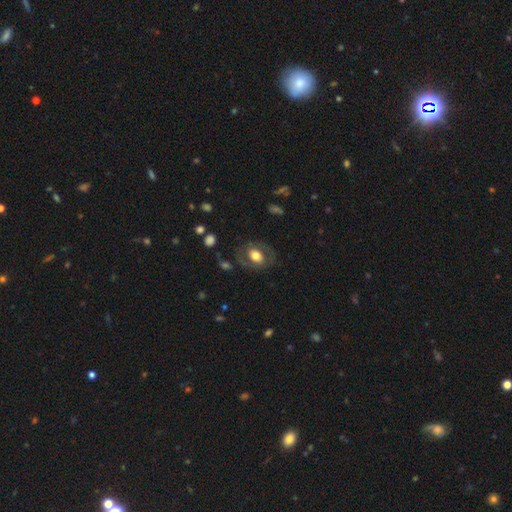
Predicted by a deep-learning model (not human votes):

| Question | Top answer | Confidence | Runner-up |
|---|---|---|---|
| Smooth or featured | smooth | 53% | featured or disk (40%) |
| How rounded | in between | 66% | round (33%) |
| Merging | none | 74% | minor disturbance (14%) |